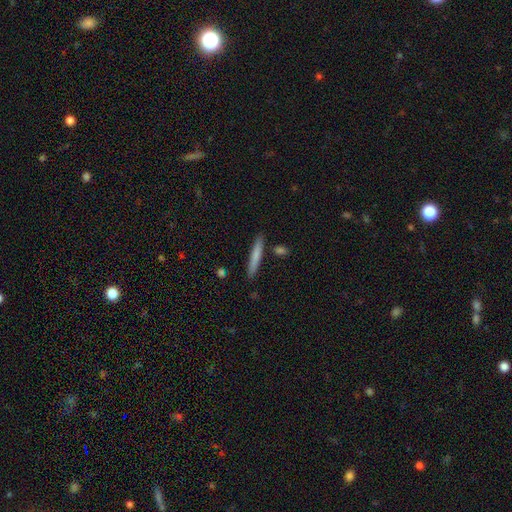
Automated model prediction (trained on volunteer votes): Smooth or featured: smooth — 74% (featured or disk — 20%)
How rounded: cigar-shaped — 95% (in between — 4%)
Merging: none — 86% (minor disturbance — 8%)